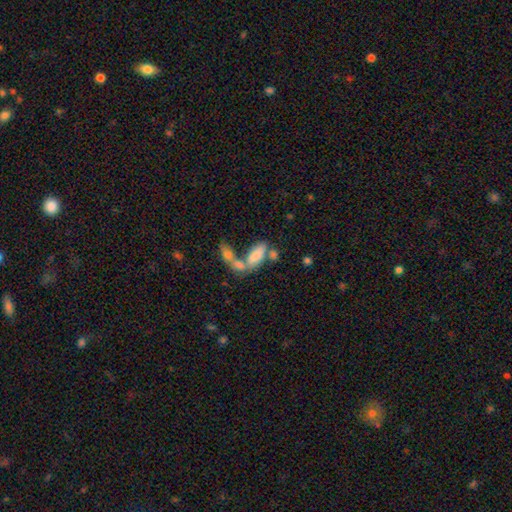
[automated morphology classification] Smooth or featured? smooth (76%)
How rounded? in between (81%)
Merging? merger (55%)